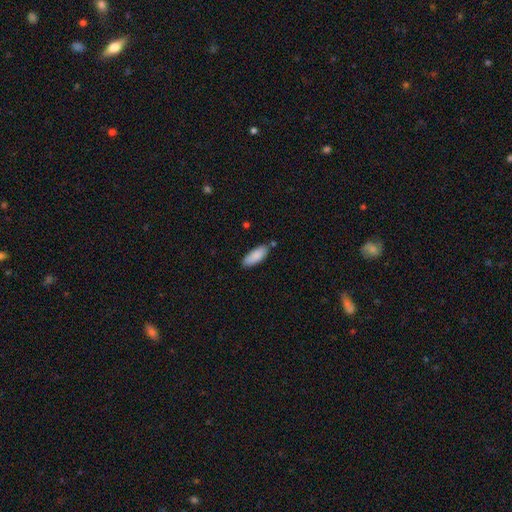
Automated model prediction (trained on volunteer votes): The model was most divided on "how rounded": in between: 76%, cigar-shaped: 23%, round: 2%. More confident: smooth or featured — smooth (88%); merging — none (77%).